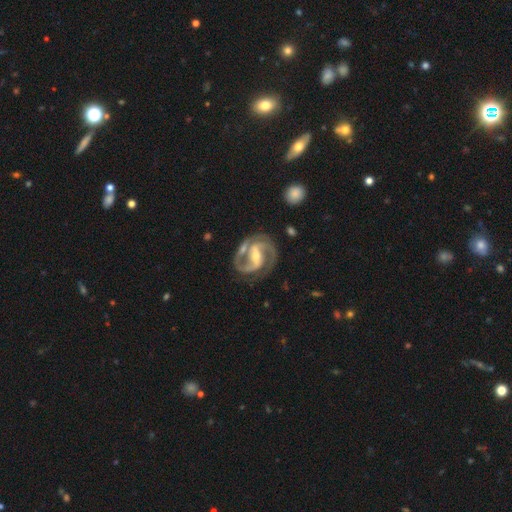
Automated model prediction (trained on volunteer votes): Overall: featured or disk (92%). Edge-on disk: no (98%). Bar: strong (64%; weak 27%). Spiral arms: yes (98%). Spiral arm count: 2 (92%). Spiral winding: medium (56%; tight 36%). Bulge size: moderate (49%; small 43%). Merging: none (76%).